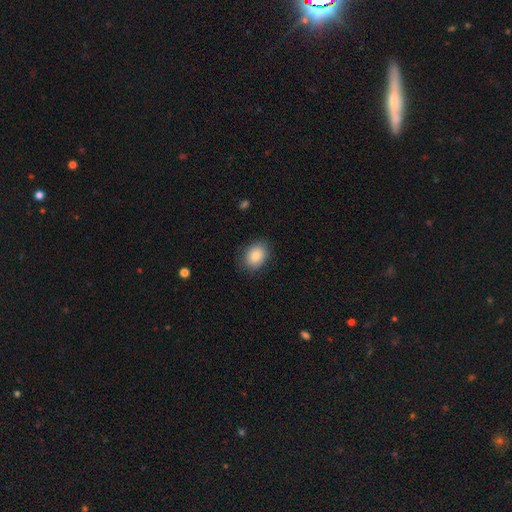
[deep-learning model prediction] This appears to be a smooth galaxy with no disk features (86%) that is in between round and cigar-shaped (63%). Merging: none (83%).